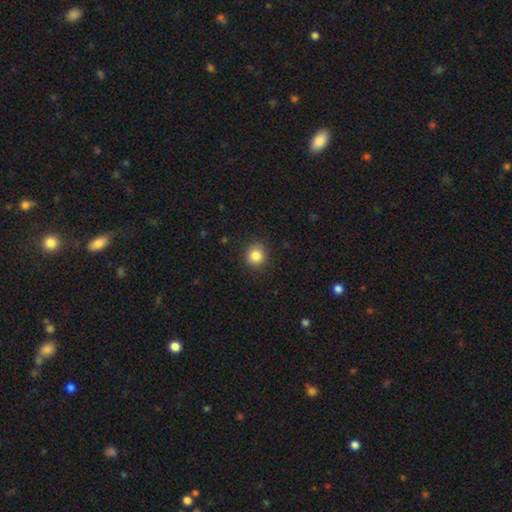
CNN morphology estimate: smooth_or_featured: smooth (p=0.85) [alt: star or artifact p=0.10]
how_rounded: round (p=0.90) [alt: in between p=0.10]
merging: none (p=0.89) [alt: minor disturbance p=0.08]